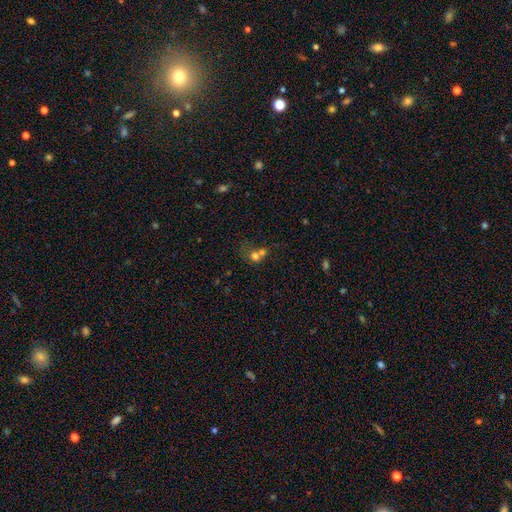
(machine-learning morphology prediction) The model was most divided on "merging": merger: 63%, none: 24%, minor disturbance: 7%, major disturbance: 6%. More confident: how rounded — round (73%); smooth or featured — smooth (67%).